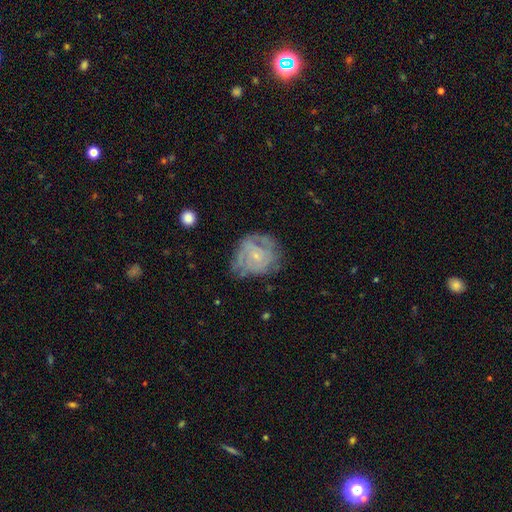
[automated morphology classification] A featured or disk galaxy (72%) with no bar (76%), tight (60%) spiral arms (81%) and a small central bulge (79%).

Vote fractions:
- Smooth or featured? featured or disk: 72% / smooth: 21% / star or artifact: 7%
- Edge-on disk? no: 98% / yes: 2%
- Bar? no: 76% / weak: 21% / strong: 3%
- Spiral arms? yes: 81% / no: 19%
- Spiral winding? tight: 60% / medium: 30% / loose: 9%
- Spiral arm count? can't tell: 45% / 2: 21% / 3: 17% / 4: 8% / 1: 5% / more than 4: 5%
- Bulge size? small: 79% / moderate: 15% / none: 4% / large: 1% / dominant: 1%
- Merging? none: 58% / minor disturbance: 26% / major disturbance: 14% / merger: 2%